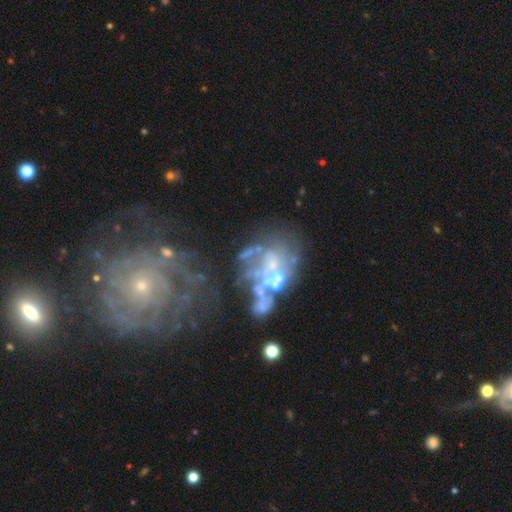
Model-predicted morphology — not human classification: Overall: featured or disk (65%). Edge-on disk: no (97%). Bar: no (87%). Spiral arms: no (82%). Bulge size: none (58%; small 21%). Merging: major disturbance (34%; merger 30%).